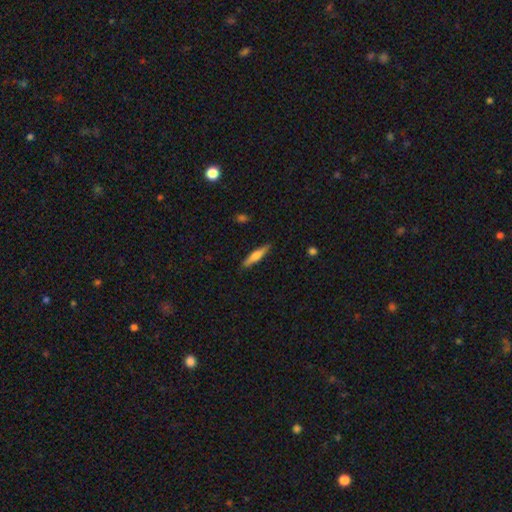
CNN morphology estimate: Smooth or featured: smooth — 56% (featured or disk — 38%)
How rounded: cigar-shaped — 84% (in between — 14%)
Merging: none — 88% (minor disturbance — 9%)